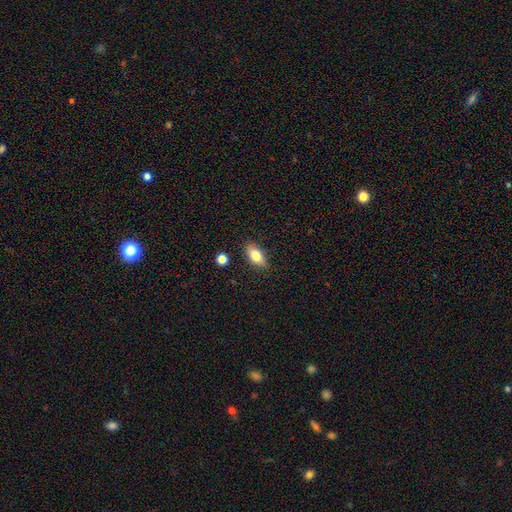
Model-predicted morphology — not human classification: smooth_or_featured: smooth (p=0.79) [alt: featured or disk p=0.14]
how_rounded: in between (p=0.86) [alt: cigar-shaped p=0.10]
merging: none (p=0.83) [alt: minor disturbance p=0.12]